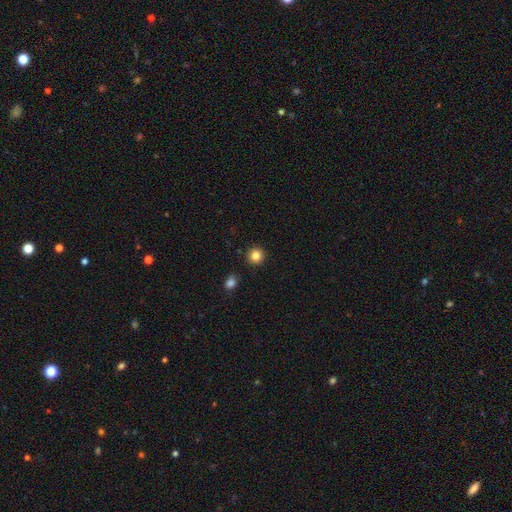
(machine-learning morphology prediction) smooth 84%, star or artifact 11%, featured or disk 5%. Down the decision tree: how rounded — round (94%); merging — none (91%).